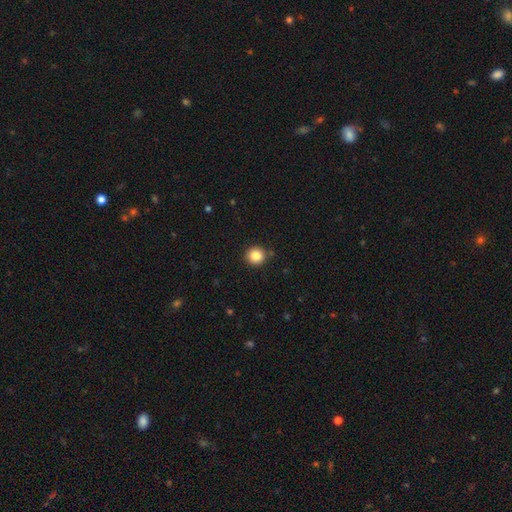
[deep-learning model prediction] The model was most divided on "smooth or featured": smooth: 85%, star or artifact: 10%, featured or disk: 5%. More confident: how rounded — round (92%); merging — none (87%).